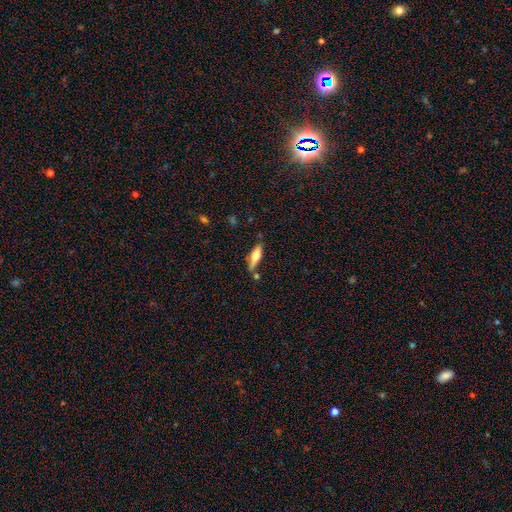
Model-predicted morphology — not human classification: The model was most divided on "smooth or featured": smooth: 53%, featured or disk: 41%, star or artifact: 7%. More confident: merging — none (72%); how rounded — cigar-shaped (57%).